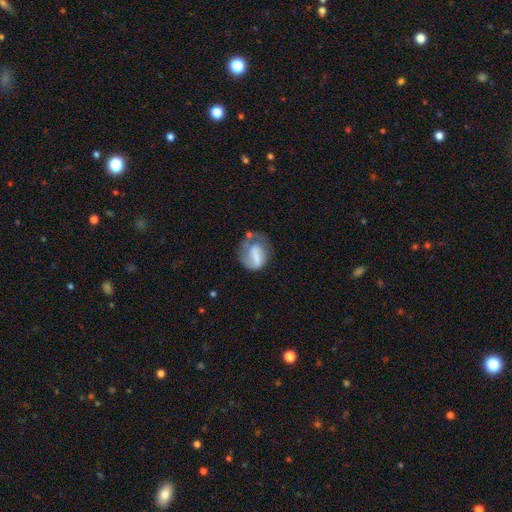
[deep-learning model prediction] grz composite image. It shows a smooth galaxy with no disk features (49%). Merging: major disturbance (33%, tied with none).